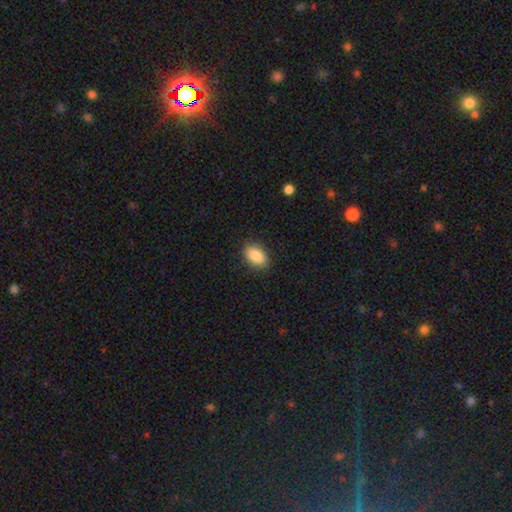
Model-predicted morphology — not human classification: Q: Smooth or featured?
A: smooth (88%); runner-up: star or artifact (7%)
Q: How rounded?
A: in between (91%); runner-up: round (7%)
Q: Merging?
A: none (88%); runner-up: minor disturbance (9%)